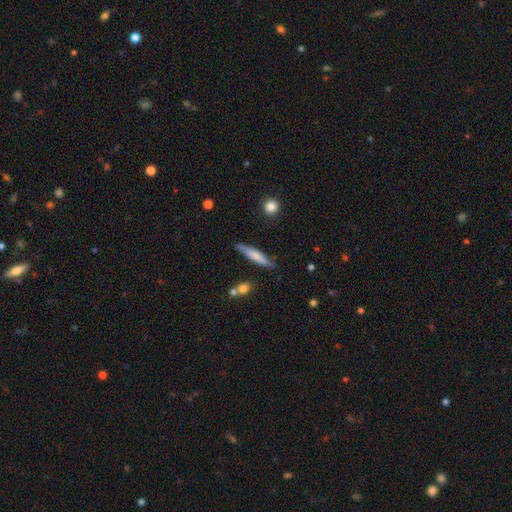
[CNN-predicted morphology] This appears to be a smooth galaxy with no disk features (66%) that is cigar-shaped (84%). Merging: none (77%).